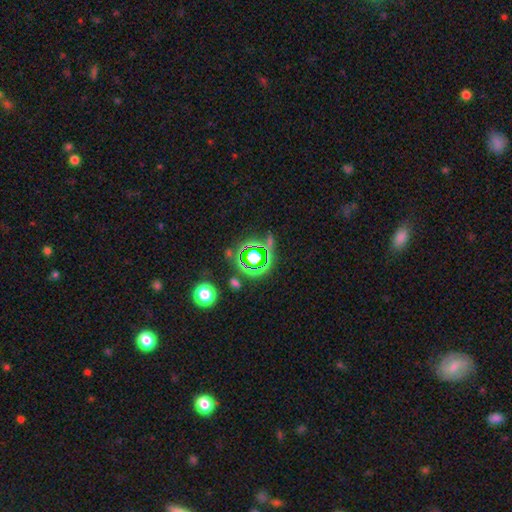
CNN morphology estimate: Smooth or featured?
  - star or artifact: 74% *
  - smooth: 16%
  - featured or disk: 10%